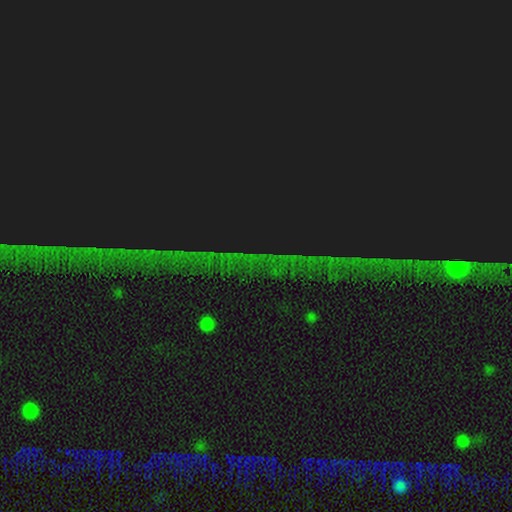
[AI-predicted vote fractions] This is clearly a star or artifact rather than a galaxy (84%).